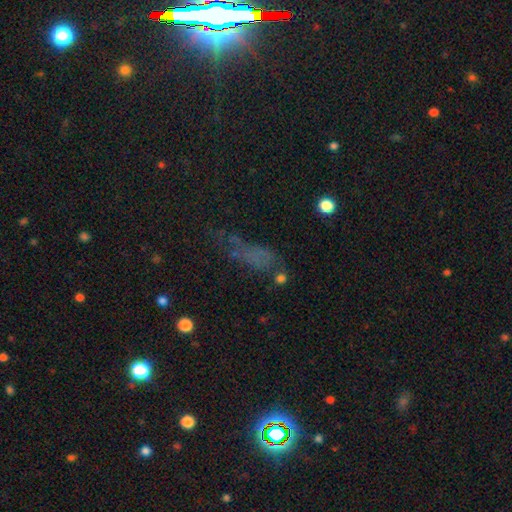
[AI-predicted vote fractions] Smooth or featured? Predicted: smooth (p=0.47). Merging? Predicted: none (p=0.40).